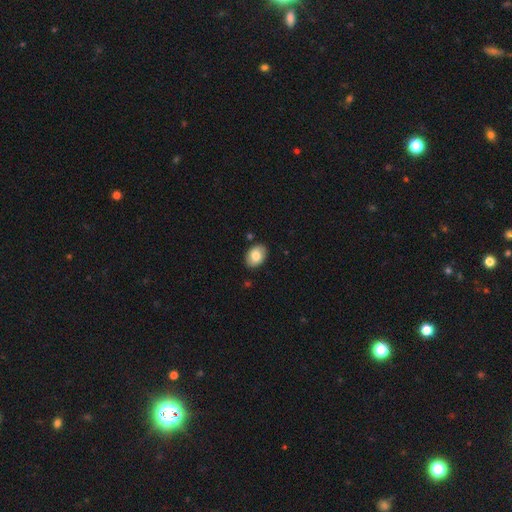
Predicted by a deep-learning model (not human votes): Smooth or featured? smooth (80%)
How rounded? in between (80%)
Merging? none (86%)